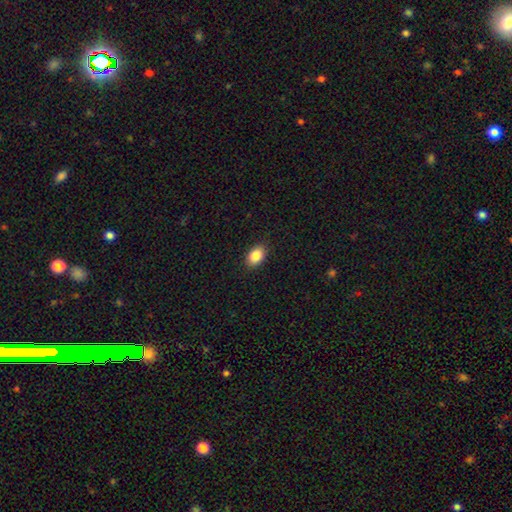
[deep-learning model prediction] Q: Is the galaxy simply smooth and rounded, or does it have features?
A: smooth — 86%.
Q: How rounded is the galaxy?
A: in between — 84%.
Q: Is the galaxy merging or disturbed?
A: none — 89%.